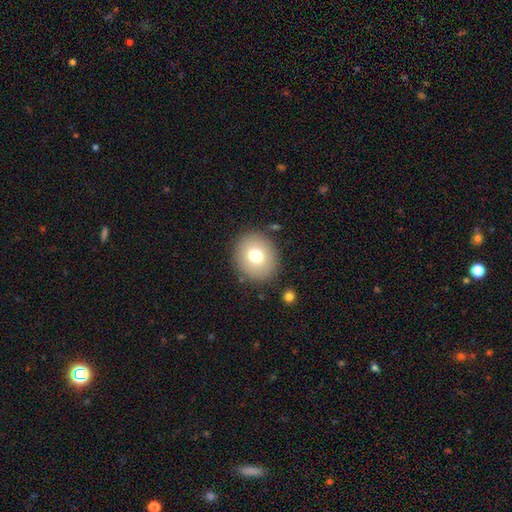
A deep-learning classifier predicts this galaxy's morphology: Q: Smooth or featured?
A: smooth (74%); runner-up: featured or disk (16%)
Q: How rounded?
A: round (80%); runner-up: in between (19%)
Q: Merging?
A: none (87%); runner-up: minor disturbance (8%)